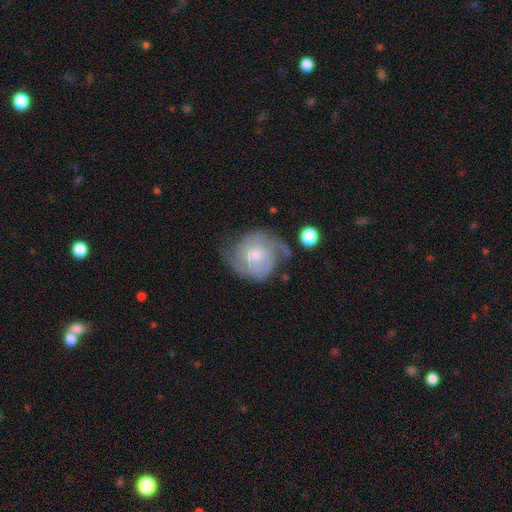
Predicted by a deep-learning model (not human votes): A featured or disk galaxy (77%) with no bar (60%), 2 (52%) tight (43%) spiral arms (94%) and a moderate central bulge (45%).

Vote fractions:
- Smooth or featured? featured or disk: 77% / smooth: 17% / star or artifact: 6%
- Edge-on disk? no: 98% / yes: 2%
- Bar? no: 60% / weak: 35% / strong: 5%
- Spiral arms? yes: 94% / no: 6%
- Spiral winding? tight: 43% / medium: 42% / loose: 14%
- Spiral arm count? 2: 52% / can't tell: 19% / 3: 17% / 1: 4% / 4: 4% / more than 4: 3%
- Bulge size? moderate: 45% / small: 44% / none: 5% / large: 4% / dominant: 1%
- Merging? none: 59% / minor disturbance: 23% / major disturbance: 13% / merger: 4%